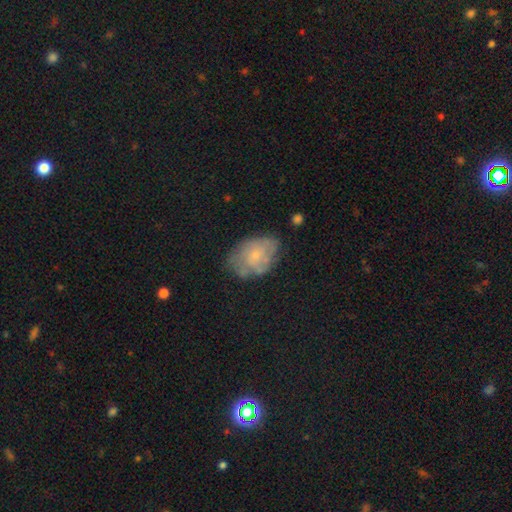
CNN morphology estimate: smooth_or_featured: smooth (p=0.49) [alt: featured or disk p=0.43]
merging: none (p=0.53) [alt: minor disturbance p=0.31]